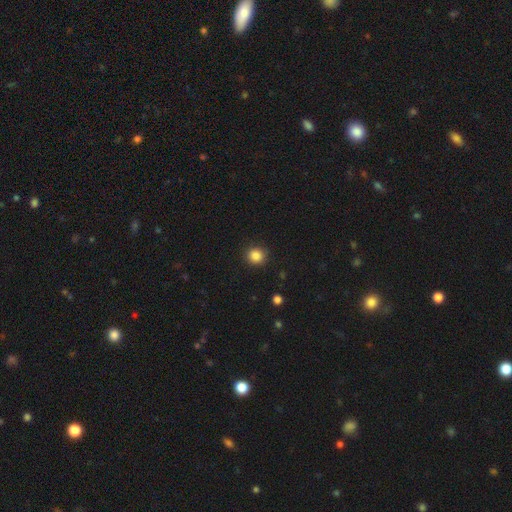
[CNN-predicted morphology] Smooth or featured?
  - smooth: 85% *
  - star or artifact: 11%
  - featured or disk: 4%
How rounded?
  - round: 92% *
  - in between: 7%
  - cigar-shaped: 1%
Merging?
  - none: 90% *
  - minor disturbance: 7%
  - major disturbance: 2%
  - merger: 1%